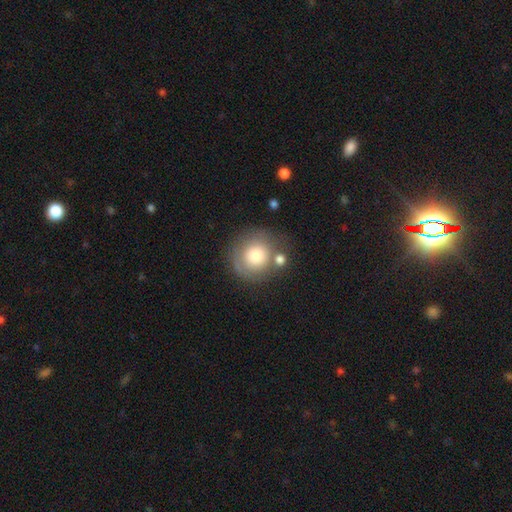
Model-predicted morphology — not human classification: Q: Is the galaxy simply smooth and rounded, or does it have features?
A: smooth — 70%.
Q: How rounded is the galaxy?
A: round — 91%.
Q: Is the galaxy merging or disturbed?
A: none — 64%.